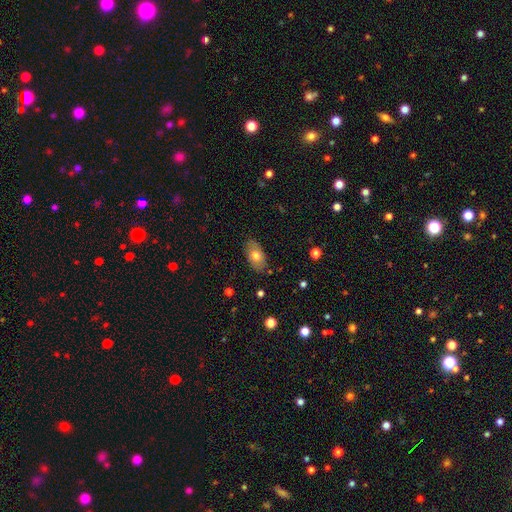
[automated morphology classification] This appears to be a smooth galaxy with no disk features (71%) that is in between round and cigar-shaped (92%). Merging: none (84%).